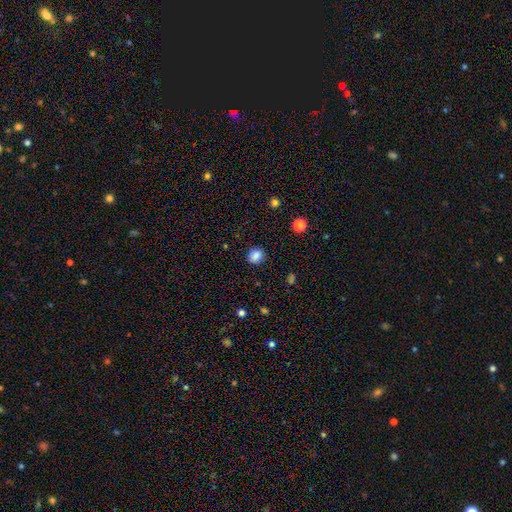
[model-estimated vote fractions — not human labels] This is clearly a smooth galaxy (86%). How rounded: likely round (73%). Merging: clearly none (87%).